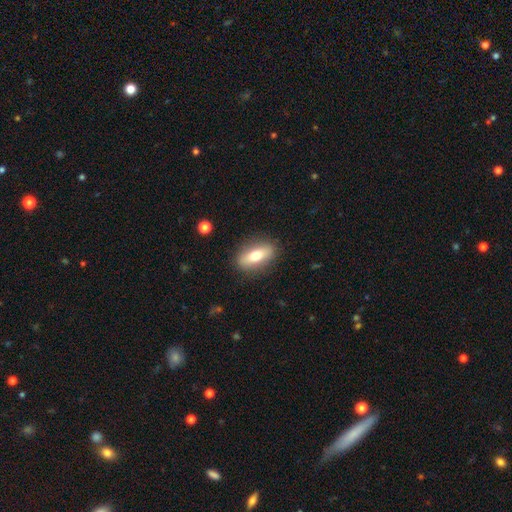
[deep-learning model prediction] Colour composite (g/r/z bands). It shows a smooth galaxy with no disk features (70%) that is in between round and cigar-shaped (77%). Merging: none (86%).